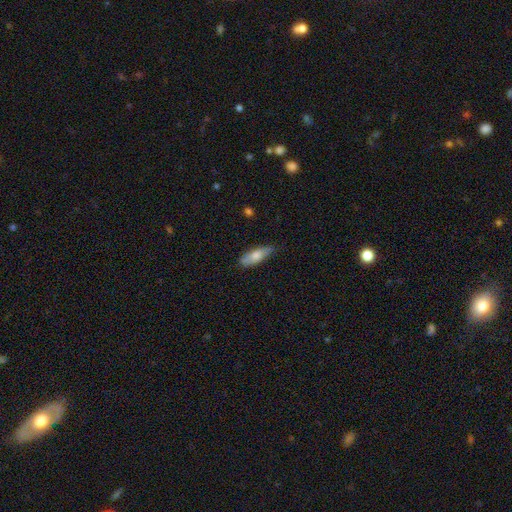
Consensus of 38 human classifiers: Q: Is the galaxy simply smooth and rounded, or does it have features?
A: smooth — 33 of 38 (87%).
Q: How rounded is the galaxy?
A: in between — 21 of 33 (64%).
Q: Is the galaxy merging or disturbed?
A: none — 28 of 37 (76%).